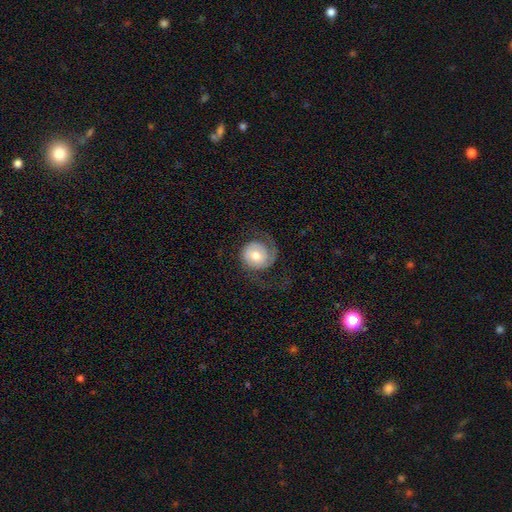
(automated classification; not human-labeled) This appears to be a featured or disk galaxy (65%) with no bar (74%), 2 (51%) tight (37%) spiral arms (89%) and a moderate central bulge (67%). Merging: none (61%).